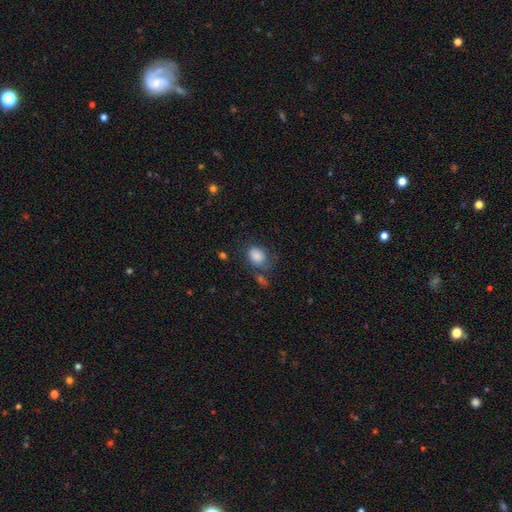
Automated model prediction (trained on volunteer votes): smooth-or-featured: smooth: 83% | star or artifact: 10% | featured or disk: 7%
  how-rounded: in between: 64% | round: 35% | cigar-shaped: 1%
  merging: none: 59% | minor disturbance: 22% | major disturbance: 11% | merger: 8%